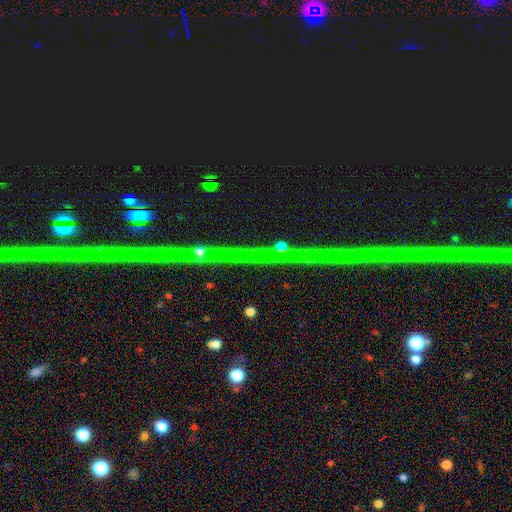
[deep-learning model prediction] Overall: star or artifact (76%).